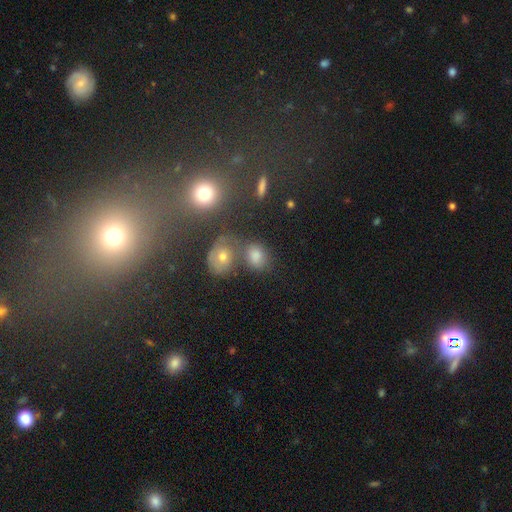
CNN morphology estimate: The model was most divided on "merging": none: 49%, merger: 28%, minor disturbance: 15%, major disturbance: 8%. More confident: smooth or featured — smooth (72%); how rounded — in between (60%).